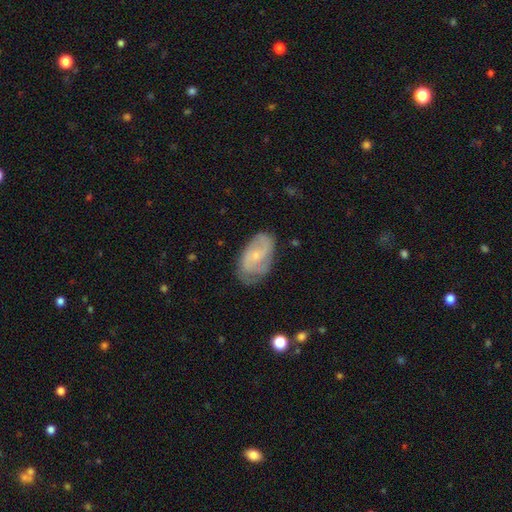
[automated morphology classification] Smooth or featured: featured or disk — 68% (smooth — 26%)
Edge-on disk: no — 96% (yes — 4%)
Bar: no — 61% (weak — 33%)
Spiral arms: yes — 88% (no — 12%)
Spiral winding: medium — 45% (tight — 31%)
Spiral arm count: 2 — 61% (can't tell — 22%)
Bulge size: small — 72% (moderate — 23%)
Merging: none — 67% (minor disturbance — 24%)